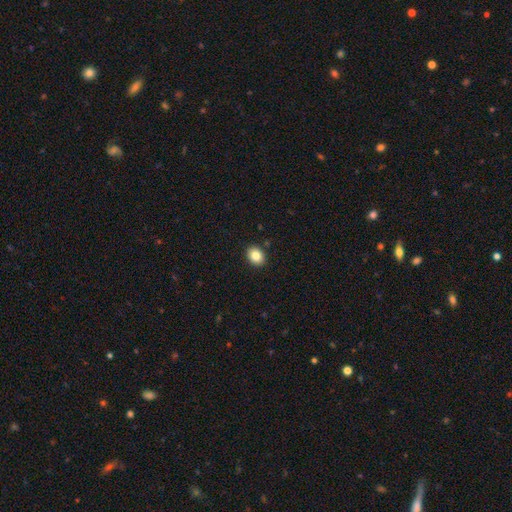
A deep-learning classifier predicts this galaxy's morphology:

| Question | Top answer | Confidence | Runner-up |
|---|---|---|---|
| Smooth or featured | smooth | 84% | star or artifact (9%) |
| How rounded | in between | 55% | round (44%) |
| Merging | none | 90% | minor disturbance (7%) |